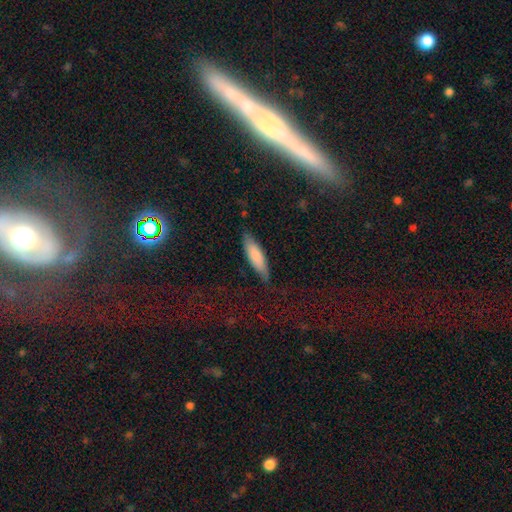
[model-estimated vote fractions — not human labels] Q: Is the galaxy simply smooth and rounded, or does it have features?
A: smooth — 80%.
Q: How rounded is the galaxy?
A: cigar-shaped — 59%.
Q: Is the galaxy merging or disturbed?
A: none — 81%.